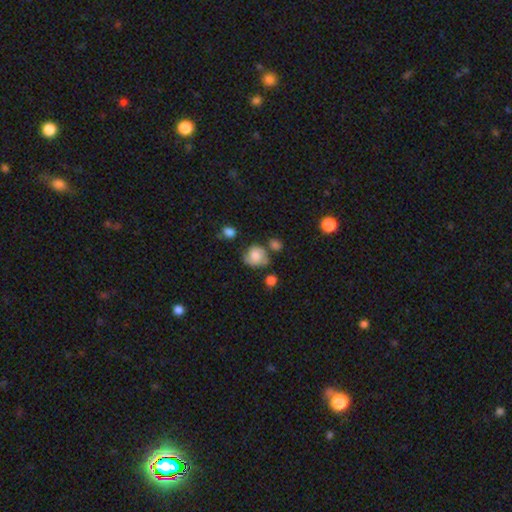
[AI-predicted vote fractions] Smooth or featured? Predicted: smooth (p=0.61). How rounded? Predicted: round (p=0.69). Merging? Predicted: none (p=0.52).